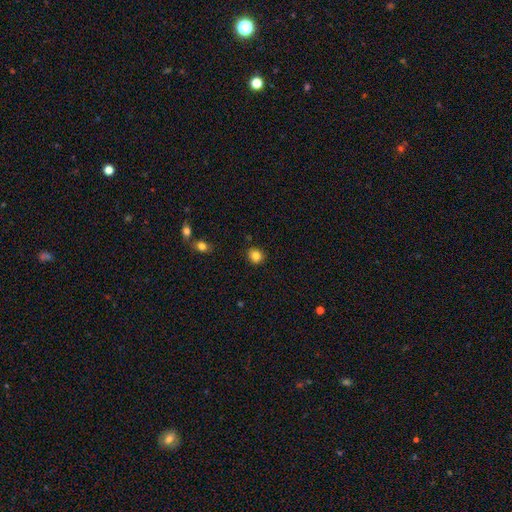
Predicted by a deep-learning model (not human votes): Q: Smooth or featured?
A: smooth (83%); runner-up: star or artifact (11%)
Q: How rounded?
A: round (76%); runner-up: in between (23%)
Q: Merging?
A: none (87%); runner-up: minor disturbance (9%)